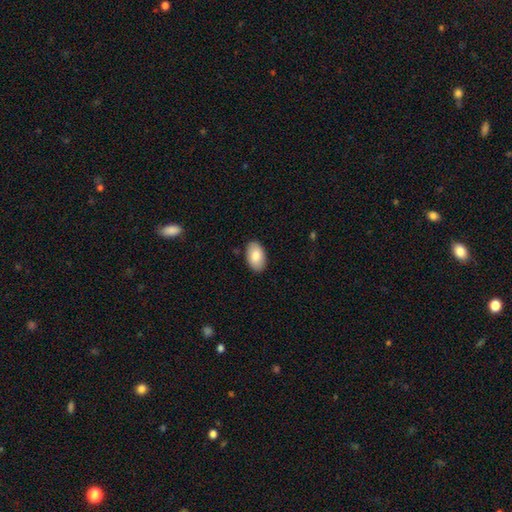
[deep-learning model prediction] Q: Smooth or featured?
A: smooth (82%); runner-up: featured or disk (12%)
Q: How rounded?
A: in between (94%); runner-up: round (4%)
Q: Merging?
A: none (88%); runner-up: minor disturbance (9%)